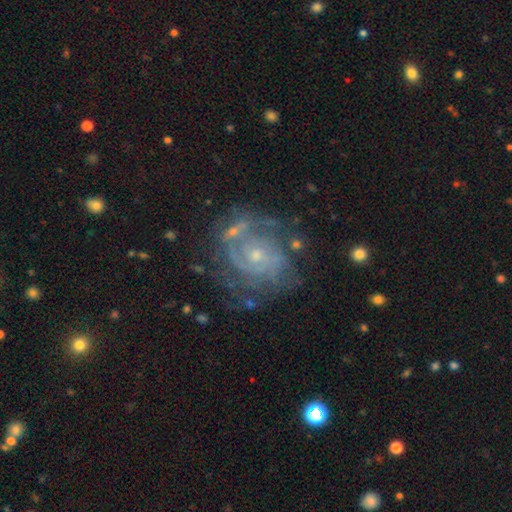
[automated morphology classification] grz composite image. It shows a featured or disk galaxy (85%) with no bar (72%), 2 (36%) tight (61%) spiral arms (93%) and a small central bulge (66%). Merging: none (64%).